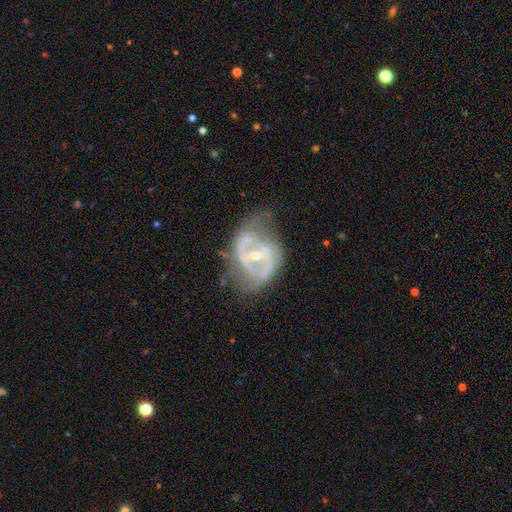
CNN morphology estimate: Smooth or featured: featured or disk — 83% (smooth — 10%)
Edge-on disk: no — 96% (yes — 4%)
Bar: strong — 42% (weak — 38%)
Spiral arms: yes — 74% (no — 26%)
Spiral winding: medium — 46% (tight — 29%)
Spiral arm count: 2 — 69% (can't tell — 19%)
Bulge size: small — 59% (moderate — 37%)
Merging: none — 45% (minor disturbance — 28%)